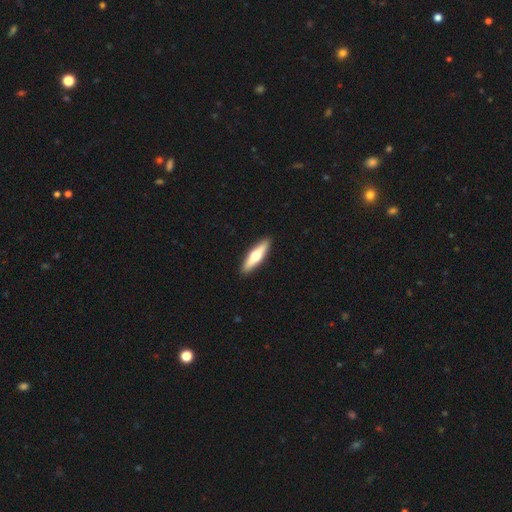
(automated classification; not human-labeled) The model was most divided on "smooth or featured": featured or disk: 49%, smooth: 46%, star or artifact: 5%. More confident: merging — none (92%).